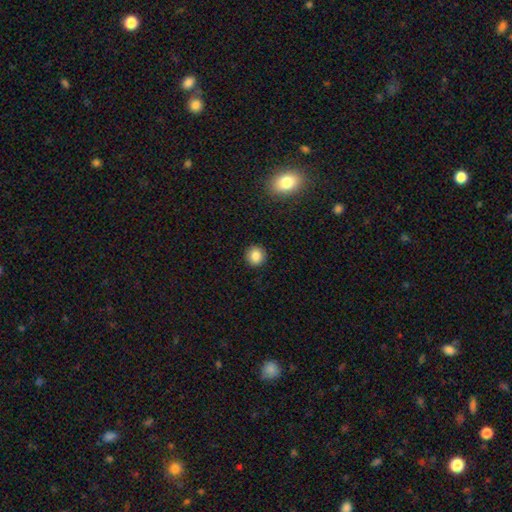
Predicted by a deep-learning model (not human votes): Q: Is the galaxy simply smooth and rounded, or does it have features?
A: smooth — 85%.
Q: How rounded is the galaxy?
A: round — 92%.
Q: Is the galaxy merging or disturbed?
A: none — 91%.